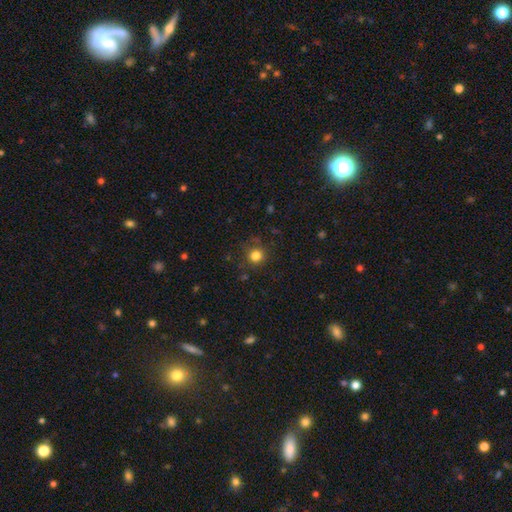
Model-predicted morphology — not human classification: Smooth or featured? smooth (81%)
How rounded? round (90%)
Merging? none (80%)